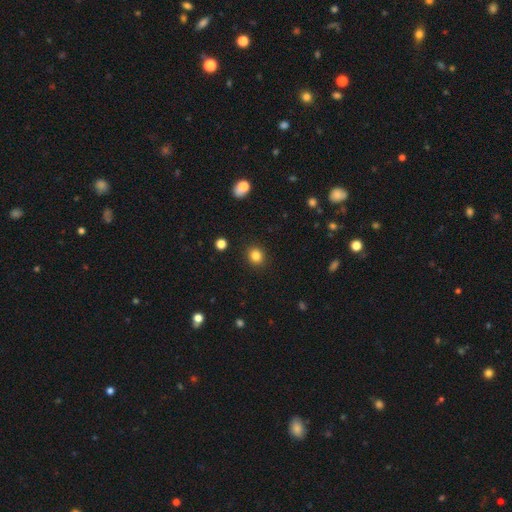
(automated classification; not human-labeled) This is clearly a smooth galaxy (84%). How rounded: clearly round (83%). Merging: clearly none (91%).